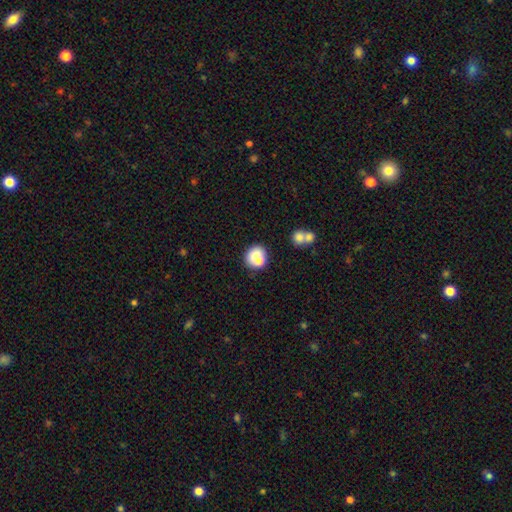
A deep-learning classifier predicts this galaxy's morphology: smooth_or_featured: smooth (p=0.71) [alt: featured or disk p=0.19]
how_rounded: round (p=0.78) [alt: in between p=0.21]
merging: none (p=0.47) [alt: merger p=0.37]